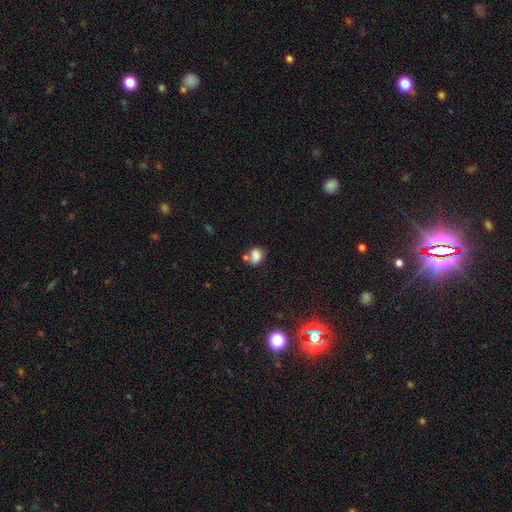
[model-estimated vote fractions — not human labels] Smooth or featured?
  - smooth: 80% *
  - star or artifact: 11%
  - featured or disk: 9%
How rounded?
  - in between: 58% *
  - round: 41%
  - cigar-shaped: 1%
Merging?
  - none: 49% *
  - merger: 25%
  - minor disturbance: 19%
  - major disturbance: 6%